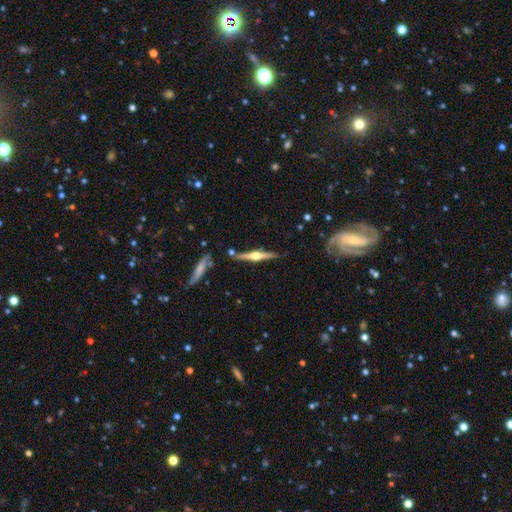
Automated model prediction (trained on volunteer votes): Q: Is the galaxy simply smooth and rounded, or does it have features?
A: featured or disk — 80%.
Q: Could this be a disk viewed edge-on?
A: yes — 98%.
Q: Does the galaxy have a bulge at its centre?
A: rounded — 95%.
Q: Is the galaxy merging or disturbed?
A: none — 84%.